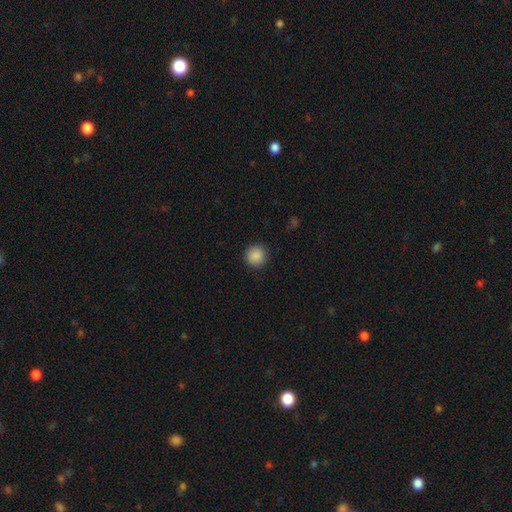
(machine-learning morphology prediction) A smooth galaxy with no disk features (89%) that is round (94%).

Vote fractions:
- Smooth or featured? smooth: 89% / star or artifact: 9% / featured or disk: 3%
- How rounded? round: 94% / in between: 6% / cigar-shaped: 1%
- Merging? none: 91% / minor disturbance: 6% / major disturbance: 2% / merger: 1%